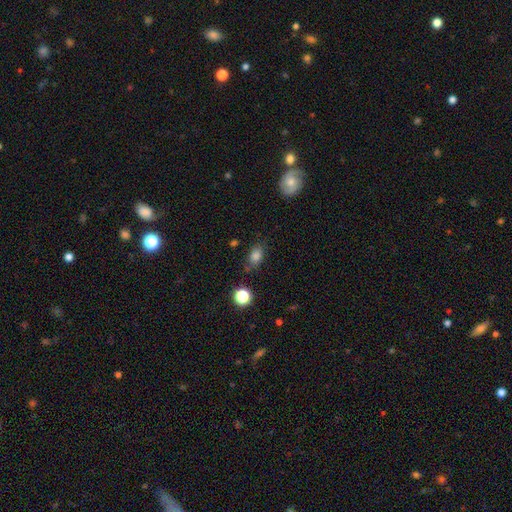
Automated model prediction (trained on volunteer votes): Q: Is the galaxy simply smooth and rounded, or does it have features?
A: smooth — 80%.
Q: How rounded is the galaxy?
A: in between — 75%.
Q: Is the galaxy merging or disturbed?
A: none — 74%.